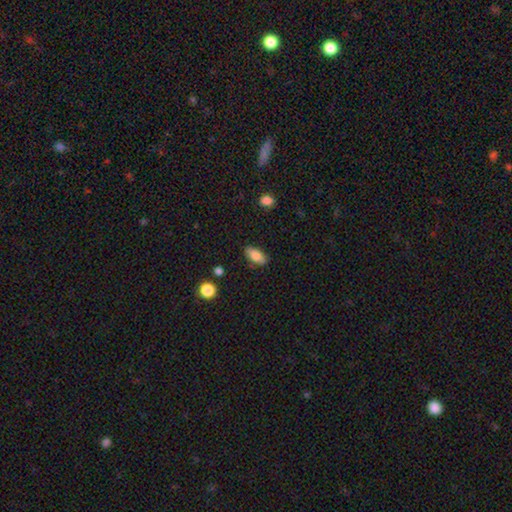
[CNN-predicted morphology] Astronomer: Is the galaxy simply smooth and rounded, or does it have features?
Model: smooth — 82%.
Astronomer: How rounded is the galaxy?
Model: in between — 89%.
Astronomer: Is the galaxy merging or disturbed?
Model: none — 85%.